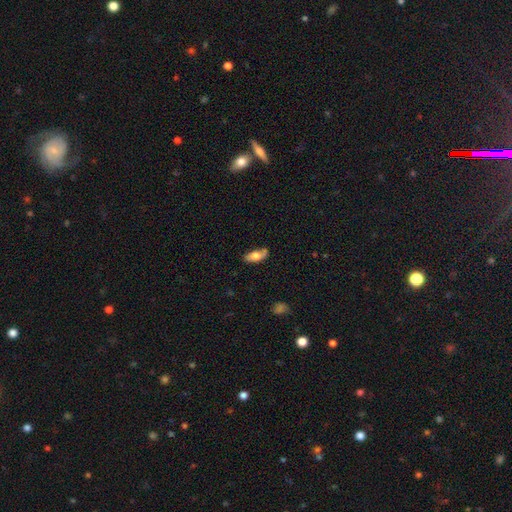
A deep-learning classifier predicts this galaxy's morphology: A smooth galaxy with no disk features (69%) that is in between round and cigar-shaped (83%). Merging: none (68%).